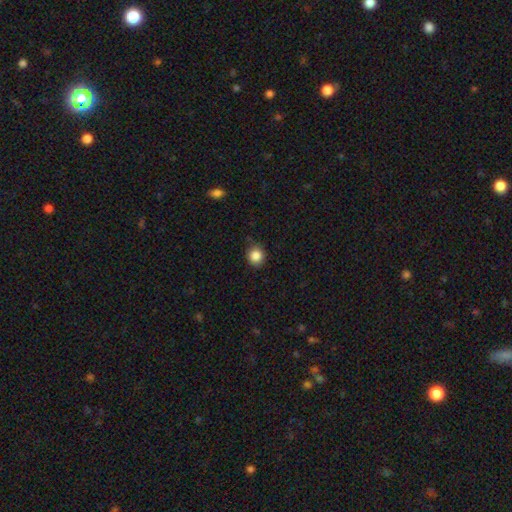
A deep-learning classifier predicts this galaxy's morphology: This appears to be a smooth galaxy with no disk features (86%) that is round (88%). Merging: none (87%).